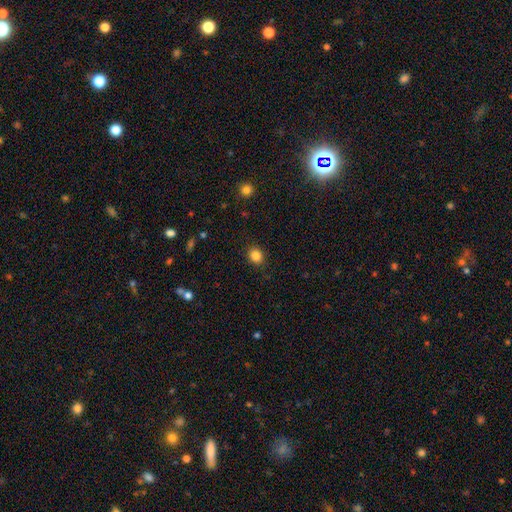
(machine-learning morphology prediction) smooth 85%, star or artifact 11%, featured or disk 4%. Down the decision tree: how rounded — round (64%); merging — none (88%).